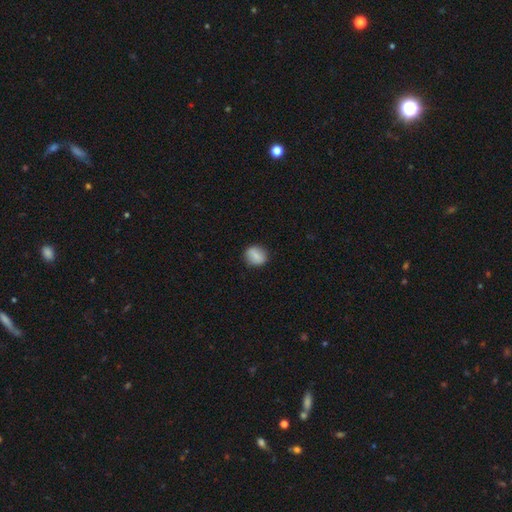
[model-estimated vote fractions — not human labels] This is clearly a smooth galaxy (83%). How rounded: possibly round (59%). Merging: clearly none (85%).